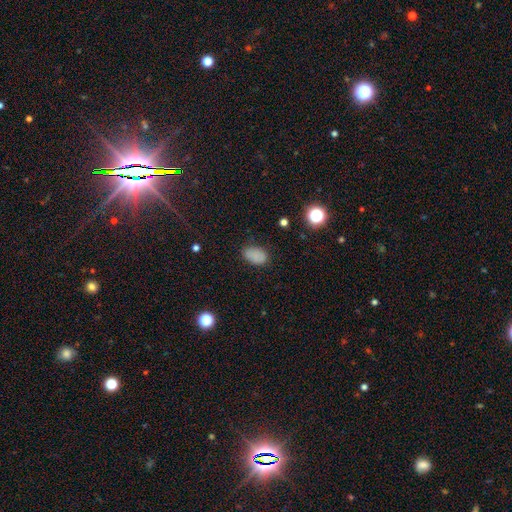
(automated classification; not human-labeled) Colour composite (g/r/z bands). It shows a smooth galaxy with no disk features (82%) that is in between round and cigar-shaped (89%). Merging: none (80%).